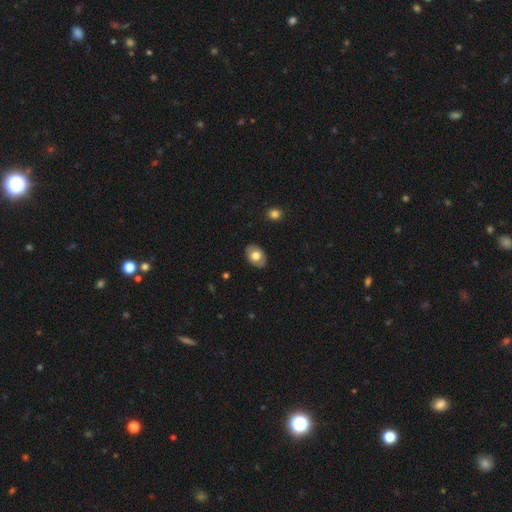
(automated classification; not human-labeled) Overall: smooth (68%). How rounded: in between (79%). Merging: none (85%).